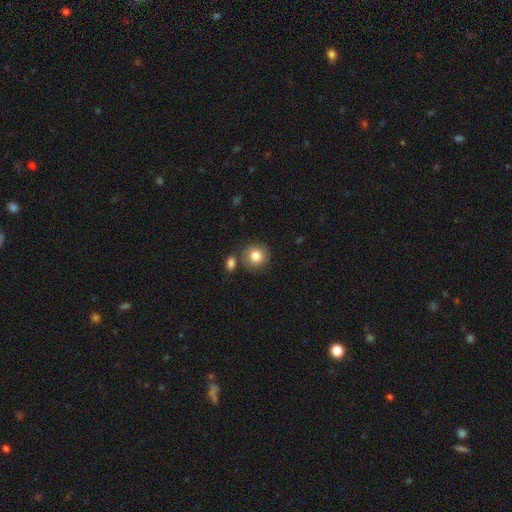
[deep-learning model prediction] A smooth galaxy with no disk features (84%) that is round (88%).

Vote fractions:
- Smooth or featured? smooth: 84% / star or artifact: 8% / featured or disk: 8%
- How rounded? round: 88% / in between: 11% / cigar-shaped: 1%
- Merging? none: 74% / merger: 12% / minor disturbance: 11% / major disturbance: 3%